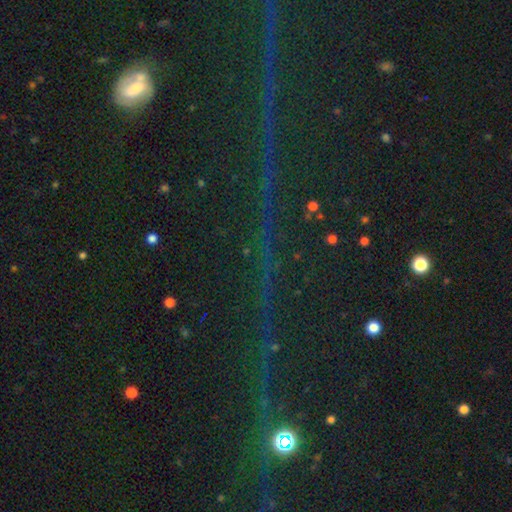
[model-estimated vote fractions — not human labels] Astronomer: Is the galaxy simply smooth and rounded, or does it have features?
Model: star or artifact — 81%.